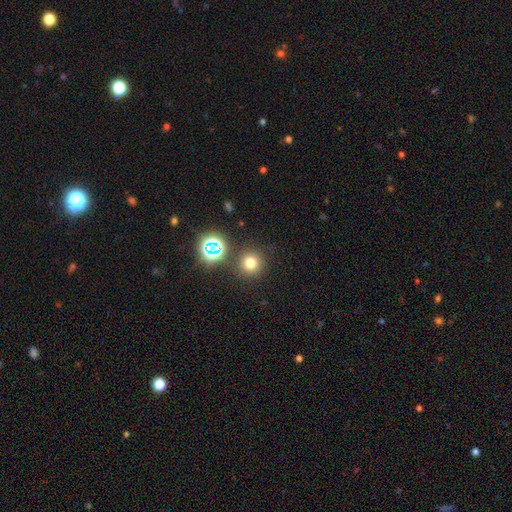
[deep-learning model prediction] The model was most divided on "smooth or featured": smooth: 54%, star or artifact: 40%, featured or disk: 7%. More confident: how rounded — round (94%); merging — none (84%).